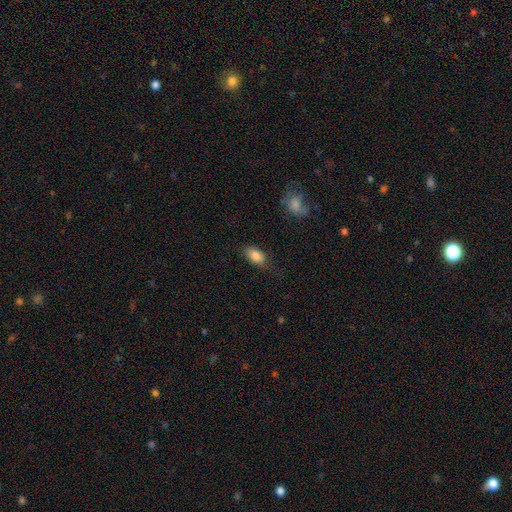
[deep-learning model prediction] This appears to be a smooth galaxy with no disk features (85%) that is in between round and cigar-shaped (91%). Merging: none (74%).